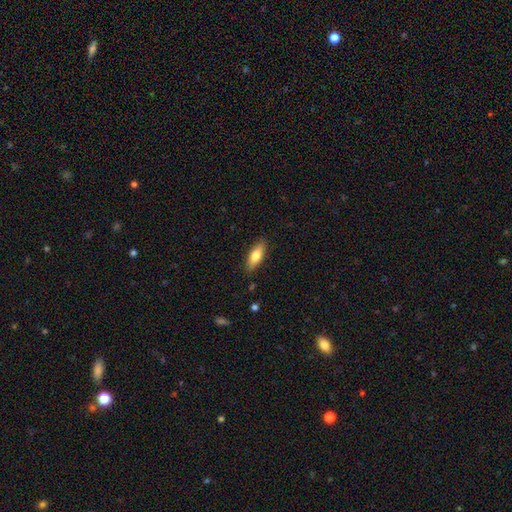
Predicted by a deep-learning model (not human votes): Smooth or featured? smooth (70%)
How rounded? in between (60%)
Merging? none (87%)